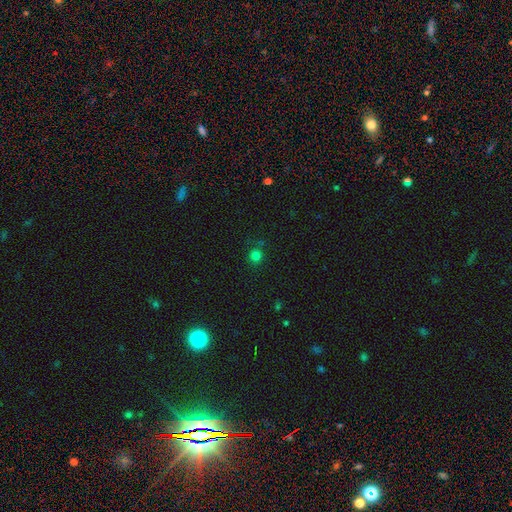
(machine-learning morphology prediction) Smooth or featured? Predicted: smooth (p=0.77). How rounded? Predicted: round (p=0.91). Merging? Predicted: none (p=0.81).